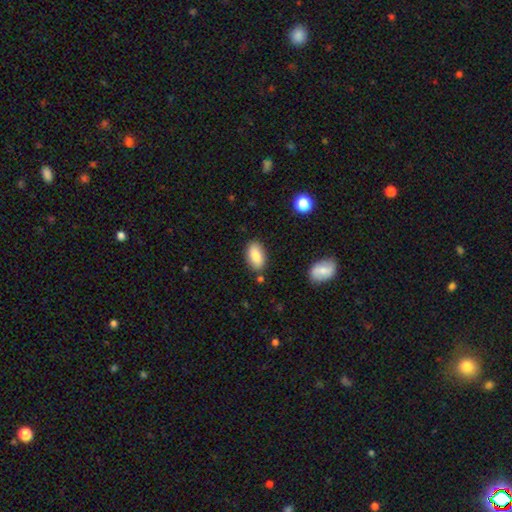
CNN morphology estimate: Smooth or featured? Predicted: smooth (p=0.82). How rounded? Predicted: in between (p=0.92). Merging? Predicted: none (p=0.82).